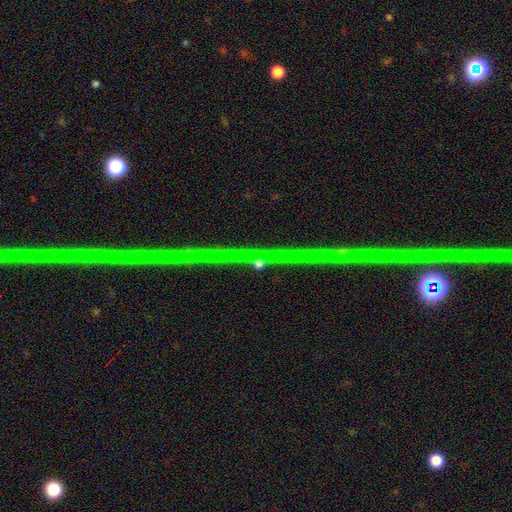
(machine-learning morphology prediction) Smooth or featured? star or artifact (86%)